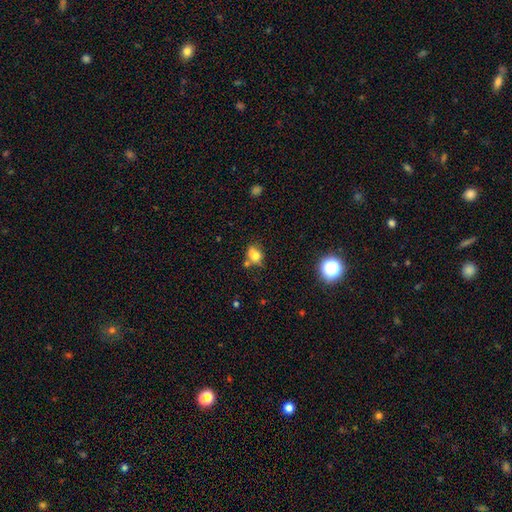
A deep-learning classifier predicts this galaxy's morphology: Smooth or featured? smooth (70%)
How rounded? in between (63%)
Merging? none (48%)